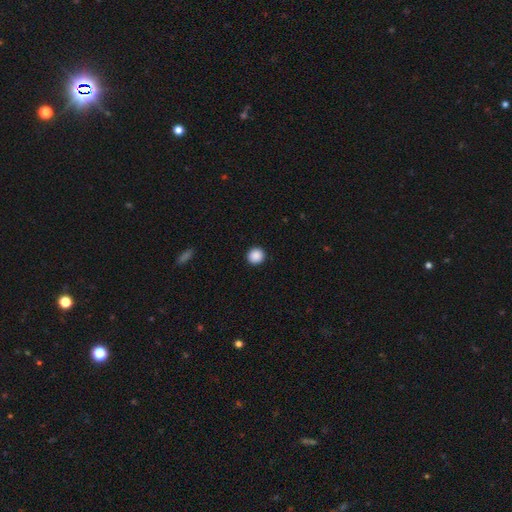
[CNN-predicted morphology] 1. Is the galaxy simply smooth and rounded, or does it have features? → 89% smooth, 9% star or artifact, 2% featured or disk.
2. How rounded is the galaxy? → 94% round, 5% in between, 1% cigar-shaped.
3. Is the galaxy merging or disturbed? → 93% none, 4% minor disturbance, 2% major disturbance, 1% merger.